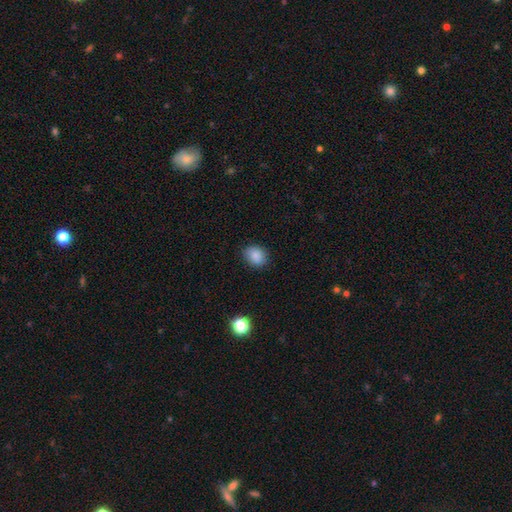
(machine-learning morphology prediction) This appears to be a smooth galaxy with no disk features (86%) that is round (52%). Merging: none (84%).